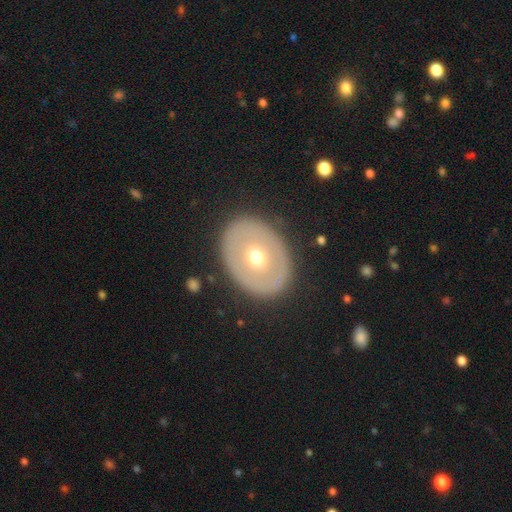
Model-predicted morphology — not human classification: Smooth or featured? Predicted: featured or disk (p=0.48). Merging? Predicted: none (p=0.86).